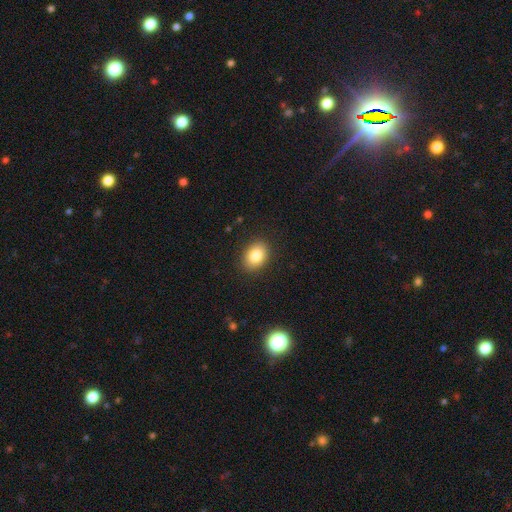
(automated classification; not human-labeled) A smooth galaxy with no disk features (84%) that is in between round and cigar-shaped (67%). Merging: none (88%).